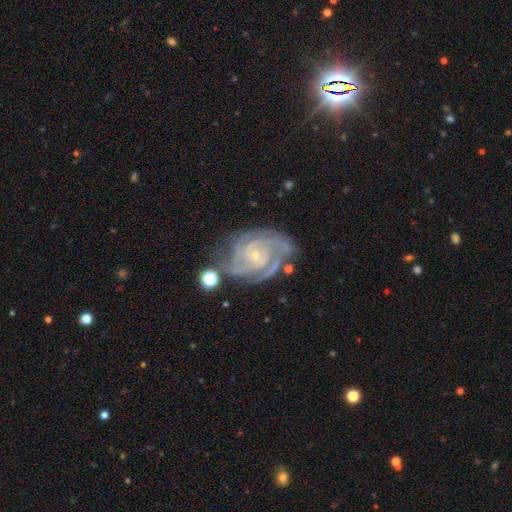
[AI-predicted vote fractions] A featured or disk galaxy (91%) with no bar (68%), 3 (34%) tight (74%) spiral arms (98%) and a small central bulge (83%). Merging: none (66%).